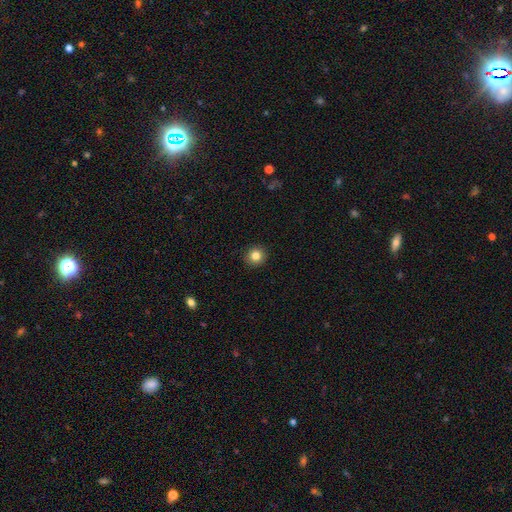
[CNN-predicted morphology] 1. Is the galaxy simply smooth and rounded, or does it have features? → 83% smooth, 11% star or artifact, 6% featured or disk.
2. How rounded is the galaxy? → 93% round, 6% in between, 1% cigar-shaped.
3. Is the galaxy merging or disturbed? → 93% none, 5% minor disturbance, 2% major disturbance, 1% merger.